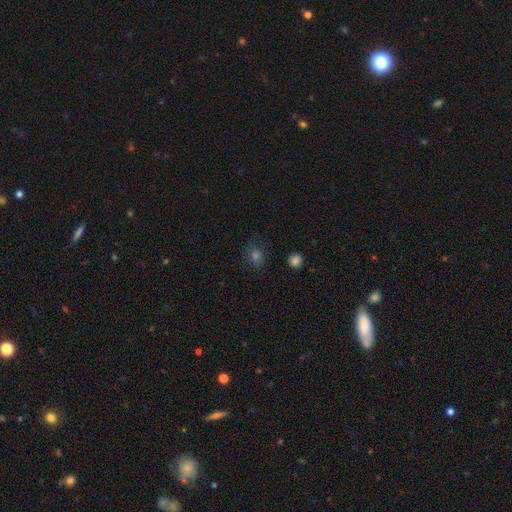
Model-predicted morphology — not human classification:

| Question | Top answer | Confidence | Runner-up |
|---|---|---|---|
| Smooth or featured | smooth | 69% | star or artifact (23%) |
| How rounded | round | 70% | in between (29%) |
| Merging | none | 83% | minor disturbance (12%) |